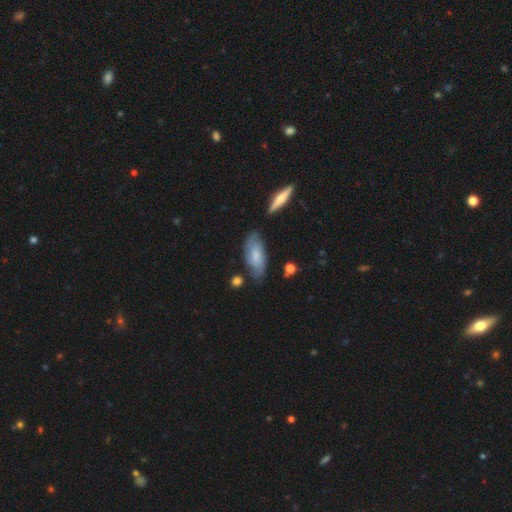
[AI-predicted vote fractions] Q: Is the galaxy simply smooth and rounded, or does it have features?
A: smooth — 48%.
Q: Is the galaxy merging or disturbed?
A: none — 66%.